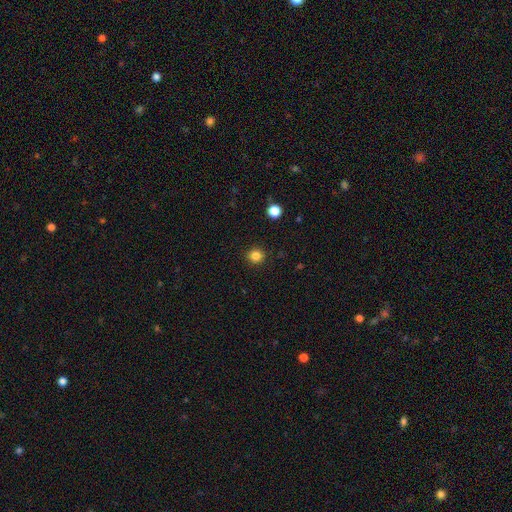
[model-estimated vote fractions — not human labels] A smooth galaxy with no disk features (83%) that is round (93%).

Vote fractions:
- Smooth or featured? smooth: 83% / star or artifact: 12% / featured or disk: 4%
- How rounded? round: 93% / in between: 6% / cigar-shaped: 1%
- Merging? none: 92% / minor disturbance: 5% / major disturbance: 2% / merger: 1%